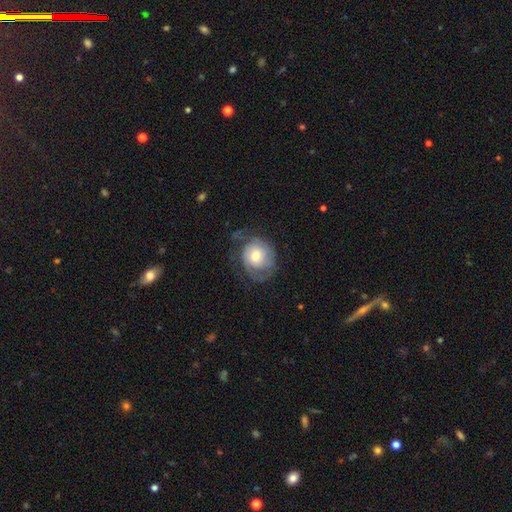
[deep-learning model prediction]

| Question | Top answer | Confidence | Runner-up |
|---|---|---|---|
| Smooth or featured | featured or disk | 51% | smooth (41%) |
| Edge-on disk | no | 97% | yes (3%) |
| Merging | none | 53% | minor disturbance (25%) |